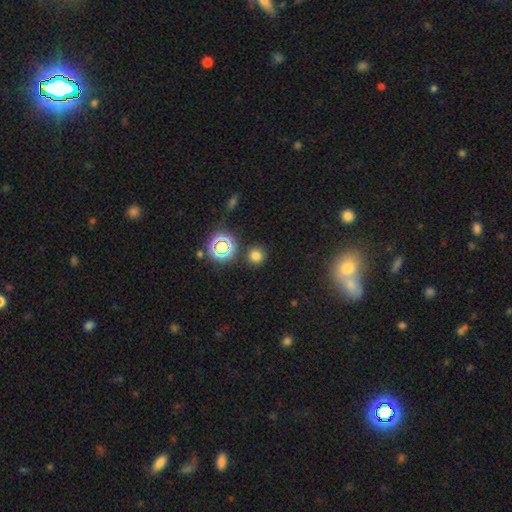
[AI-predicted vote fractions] smooth-or-featured: smooth: 71% | star or artifact: 23% | featured or disk: 6%
  how-rounded: round: 91% | in between: 8% | cigar-shaped: 1%
  merging: none: 87% | minor disturbance: 7% | merger: 3% | major disturbance: 3%